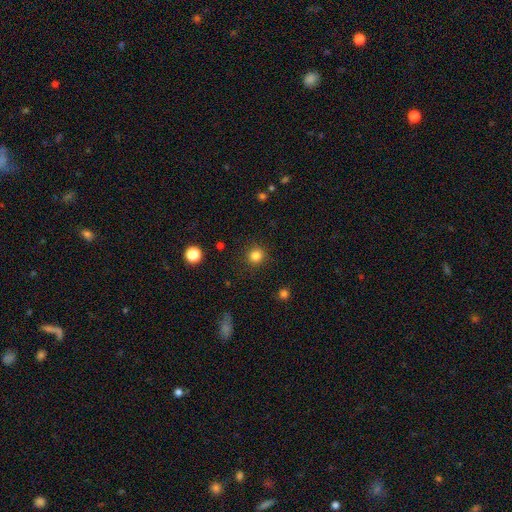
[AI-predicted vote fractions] smooth-or-featured: smooth: 83% | star or artifact: 13% | featured or disk: 4%
  how-rounded: round: 93% | in between: 6% | cigar-shaped: 1%
  merging: none: 90% | minor disturbance: 6% | major disturbance: 2% | merger: 1%